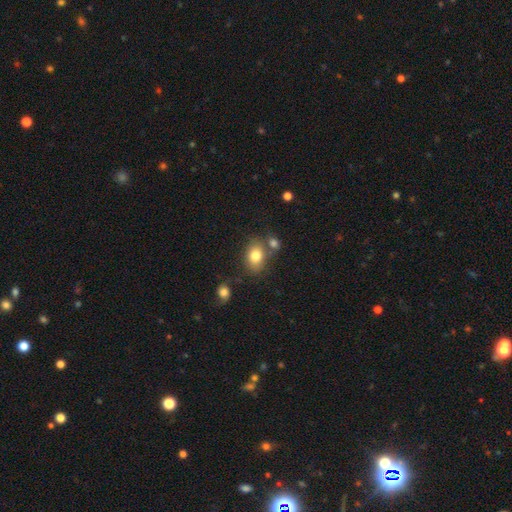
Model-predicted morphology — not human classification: The model was most divided on "how rounded": in between: 72%, round: 27%, cigar-shaped: 1%. More confident: smooth or featured — smooth (80%); merging — none (64%).